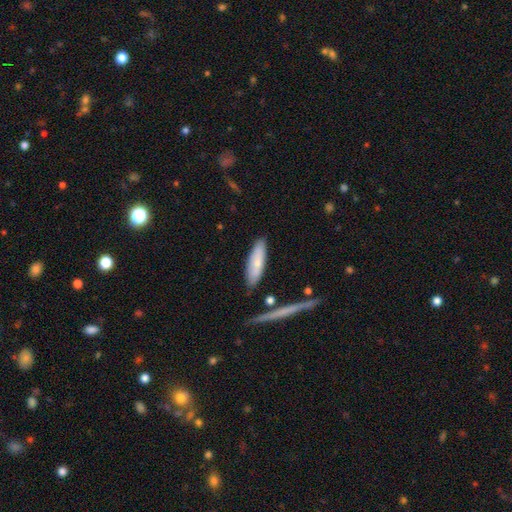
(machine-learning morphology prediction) Smooth or featured: smooth — 58% (featured or disk — 33%)
How rounded: cigar-shaped — 61% (in between — 36%)
Merging: none — 78% (minor disturbance — 14%)